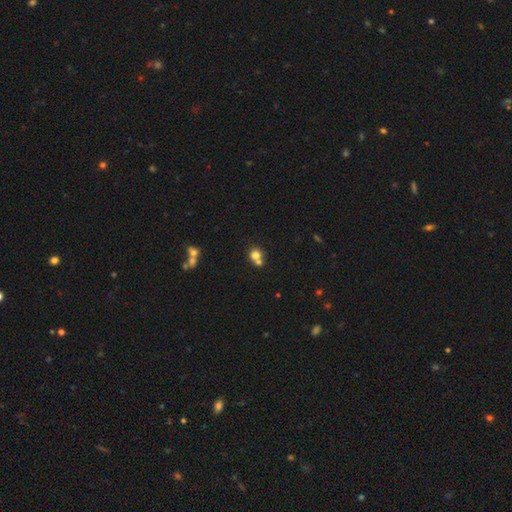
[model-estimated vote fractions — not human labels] smooth_or_featured: smooth (p=0.74) [alt: star or artifact p=0.13]
how_rounded: round (p=0.81) [alt: in between p=0.18]
merging: merger (p=0.45) [alt: none p=0.44]